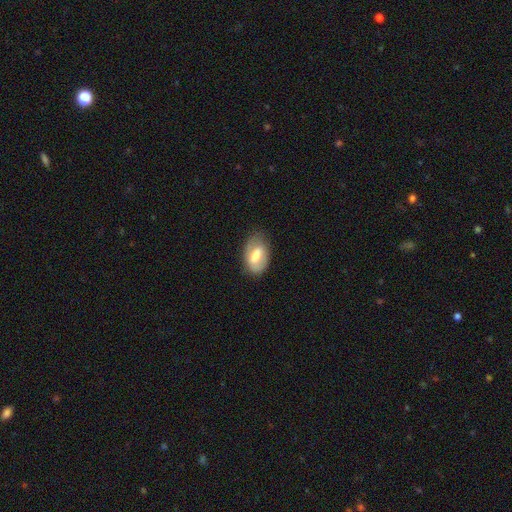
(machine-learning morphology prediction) A smooth galaxy with no disk features (51%) that is in between round and cigar-shaped (91%). Merging: none (73%).